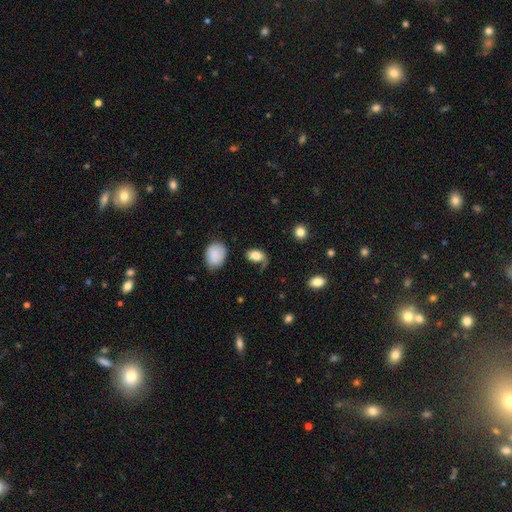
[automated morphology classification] smooth_or_featured: smooth (p=0.79) [alt: featured or disk p=0.13]
how_rounded: in between (p=0.86) [alt: round p=0.13]
merging: none (p=0.48) [alt: minor disturbance p=0.30]